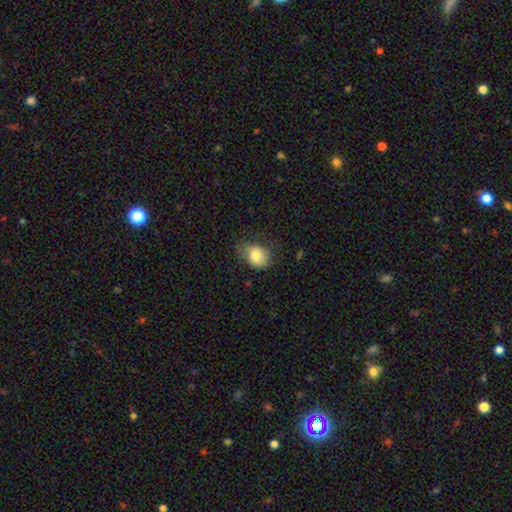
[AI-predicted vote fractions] Overall: smooth (78%). How rounded: in between (59%; round 40%). Merging: none (57%; minor disturbance 31%).